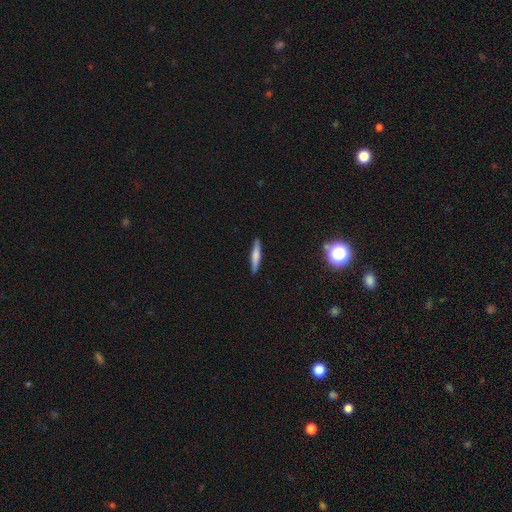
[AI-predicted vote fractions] The model was most divided on "smooth or featured": smooth: 62%, featured or disk: 32%, star or artifact: 7%. More confident: how rounded — cigar-shaped (92%); merging — none (90%).